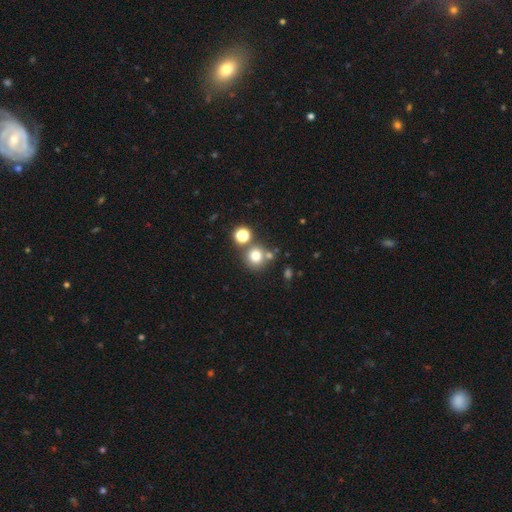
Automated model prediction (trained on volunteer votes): This is likely a smooth galaxy (75%). How rounded: clearly round (89%). Merging: likely none (67%).